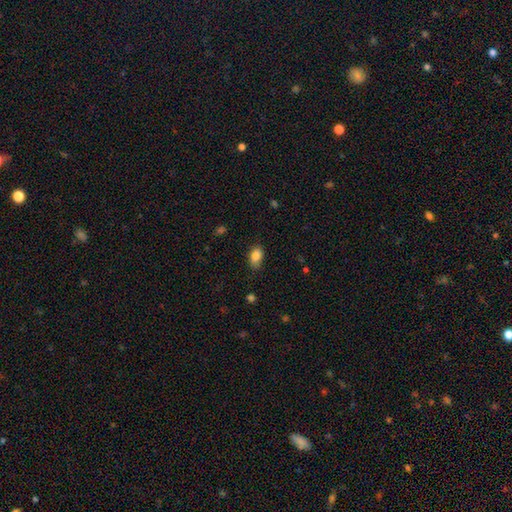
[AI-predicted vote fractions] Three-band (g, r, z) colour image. It shows a smooth galaxy with no disk features (85%) that is in between round and cigar-shaped (87%). Merging: none (69%).